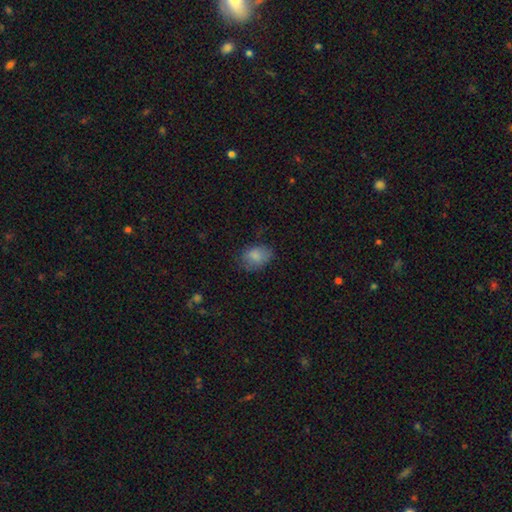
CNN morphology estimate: This is clearly a smooth galaxy (82%). How rounded: likely in between (75%). Merging: likely none (66%).